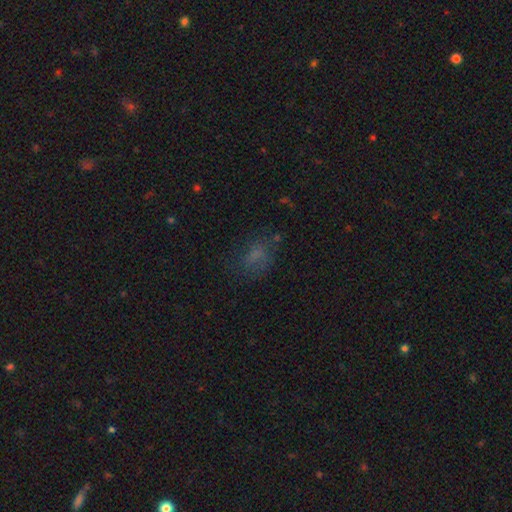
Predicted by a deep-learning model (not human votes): Smooth or featured?
  - smooth: 57% *
  - star or artifact: 23%
  - featured or disk: 20%
How rounded?
  - in between: 73% *
  - round: 23%
  - cigar-shaped: 4%
Merging?
  - none: 56% *
  - minor disturbance: 22%
  - major disturbance: 19%
  - merger: 3%